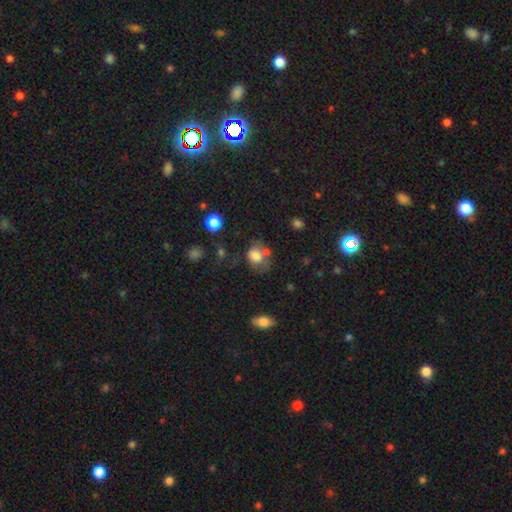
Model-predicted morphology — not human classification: This is likely a smooth galaxy (71%). How rounded: possibly in between (56%). Merging: marginally none (38%).